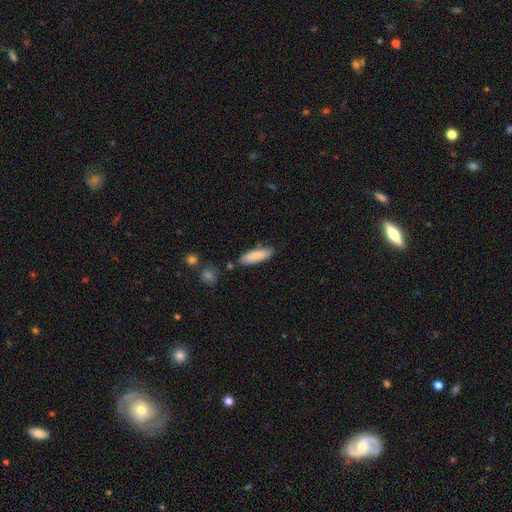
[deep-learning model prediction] smooth 86%, featured or disk 8%, star or artifact 6%. Down the decision tree: how rounded — cigar-shaped (49%, tied with in between); merging — none (81%).